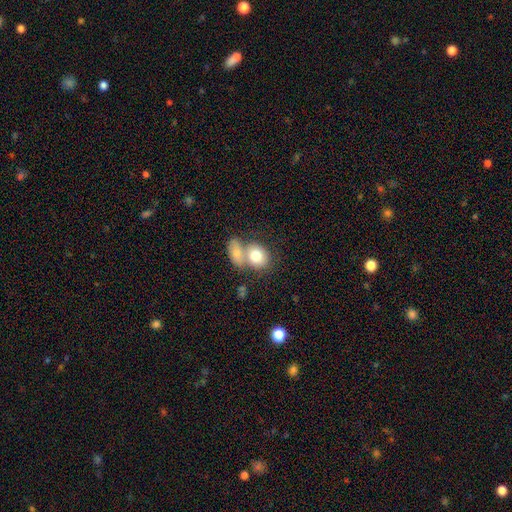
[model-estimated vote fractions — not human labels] A smooth galaxy with no disk features (77%) that is in between round and cigar-shaped (53%). Merging: merger (54%).